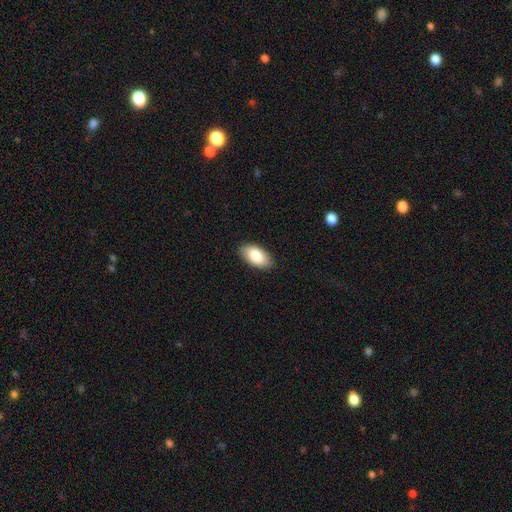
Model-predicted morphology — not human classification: A smooth galaxy with no disk features (85%) that is in between round and cigar-shaped (95%). Merging: none (89%).